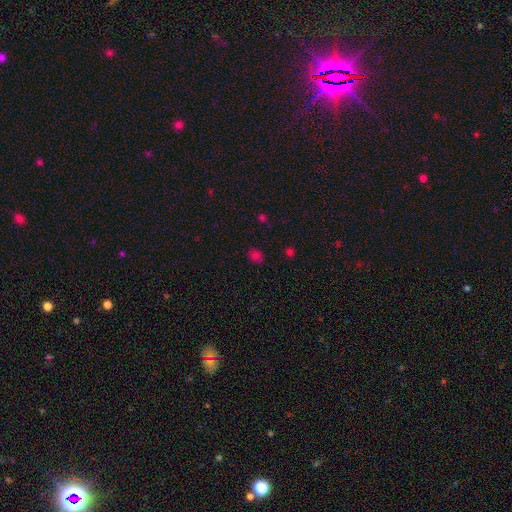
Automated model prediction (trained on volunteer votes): Morphology: type=smooth (74%); roundness=round (55%); merging=none (83%).